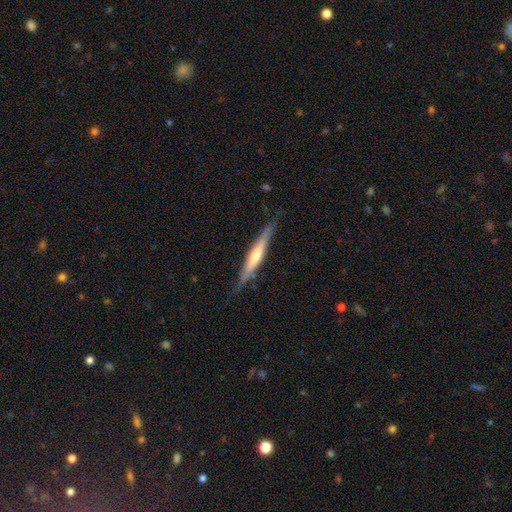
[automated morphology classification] smooth_or_featured: featured or disk (p=0.60) [alt: smooth p=0.35]
disk_edge_on: yes (p=0.94) [alt: no p=0.06]
edge_on_bulge: rounded (p=0.56) [alt: none p=0.30]
merging: none (p=0.80) [alt: minor disturbance p=0.16]